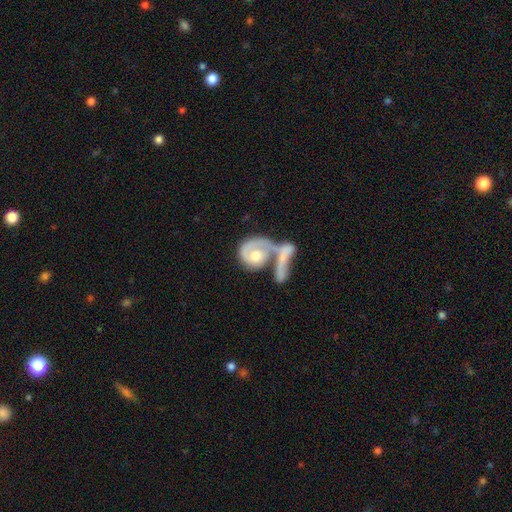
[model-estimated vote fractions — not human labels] smooth_or_featured: featured or disk (p=0.60) [alt: smooth p=0.34]
disk_edge_on: no (p=0.92) [alt: yes p=0.08]
bar: no (p=0.82) [alt: weak p=0.14]
has_spiral_arms: yes (p=0.58) [alt: no p=0.42]
bulge_size: moderate (p=0.70) [alt: large p=0.12]
merging: merger (p=0.54) [alt: none p=0.21]